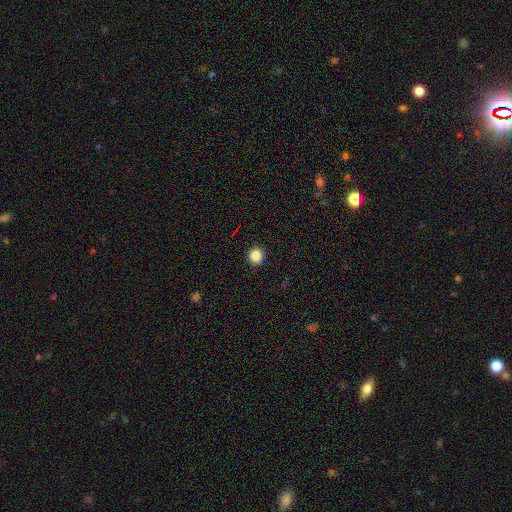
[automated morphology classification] A smooth galaxy with no disk features (85%) that is round (88%).

Vote fractions:
- Smooth or featured? smooth: 85% / star or artifact: 11% / featured or disk: 4%
- How rounded? round: 88% / in between: 11% / cigar-shaped: 1%
- Merging? none: 92% / minor disturbance: 5% / major disturbance: 2% / merger: 1%